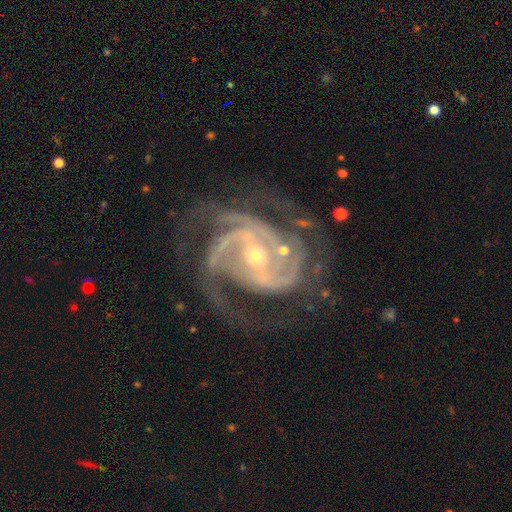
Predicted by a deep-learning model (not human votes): A featured or disk galaxy (93%) with a strong bar (39%), 3 (36%) medium (48%) spiral arms (98%) and a small central bulge (56%).

Vote fractions:
- Smooth or featured? featured or disk: 93% / star or artifact: 5% / smooth: 2%
- Edge-on disk? no: 98% / yes: 2%
- Bar? strong: 39% / weak: 38% / no: 23%
- Spiral arms? yes: 98% / no: 2%
- Spiral winding? medium: 48% / tight: 44% / loose: 8%
- Spiral arm count? 3: 36% / 2: 32% / 4: 11% / can't tell: 9% / more than 4: 5% / 1: 5%
- Bulge size? small: 56% / moderate: 40% / large: 2% / none: 1% / dominant: 1%
- Merging? none: 65% / minor disturbance: 18% / major disturbance: 15% / merger: 2%